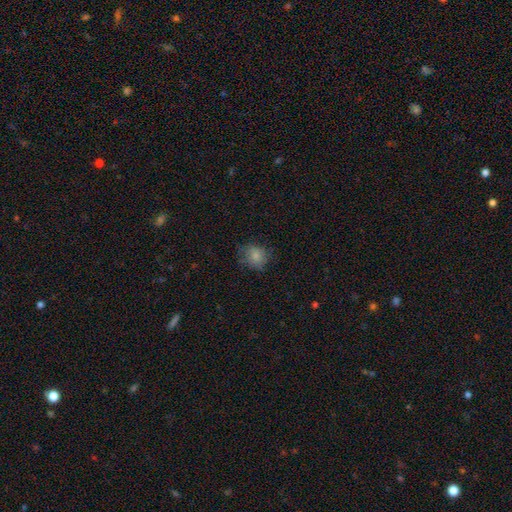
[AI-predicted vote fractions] A smooth galaxy with no disk features (80%) that is round (71%).

Vote fractions:
- Smooth or featured? smooth: 80% / star or artifact: 10% / featured or disk: 9%
- How rounded? round: 71% / in between: 28% / cigar-shaped: 1%
- Merging? none: 69% / minor disturbance: 21% / major disturbance: 8% / merger: 1%